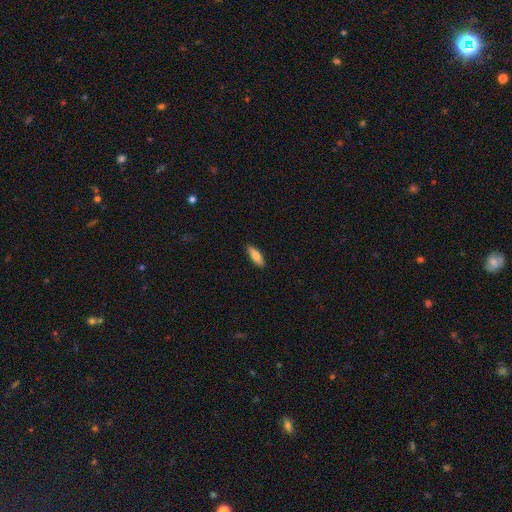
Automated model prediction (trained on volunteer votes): Smooth or featured: smooth — 77% (featured or disk — 17%)
How rounded: in between — 56% (cigar-shaped — 42%)
Merging: none — 89% (minor disturbance — 8%)